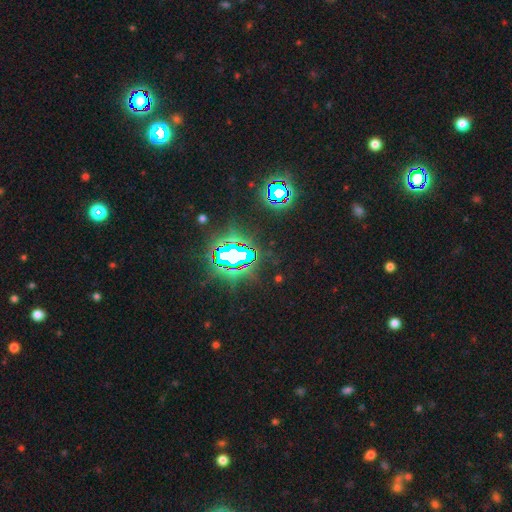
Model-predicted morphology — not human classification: This appears to be a star or artifact, not a galaxy (84%).